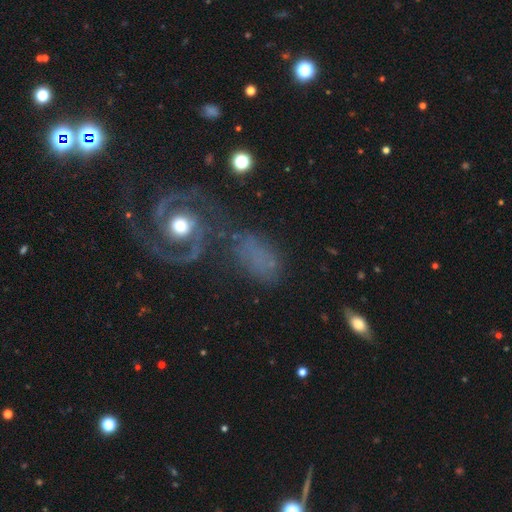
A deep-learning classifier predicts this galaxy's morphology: smooth_or_featured: featured or disk (p=0.59) [alt: smooth p=0.27]
disk_edge_on: no (p=0.95) [alt: yes p=0.05]
bar: no (p=0.66) [alt: weak p=0.24]
has_spiral_arms: yes (p=0.86) [alt: no p=0.14]
bulge_size: moderate (p=0.41) [alt: small p=0.24]
merging: none (p=0.51) [alt: minor disturbance p=0.21]